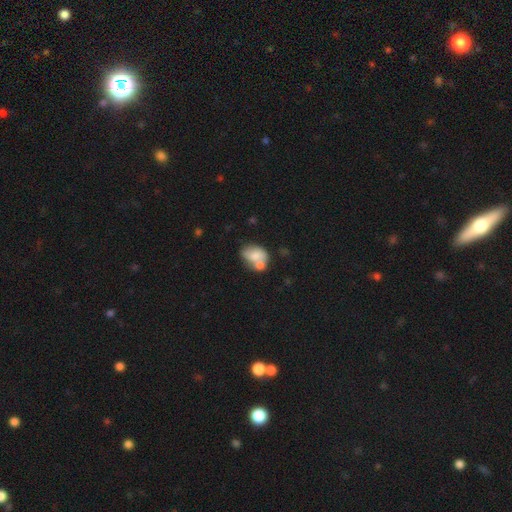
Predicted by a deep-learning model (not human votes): This appears to be a smooth galaxy with no disk features (63%) that is in between round and cigar-shaped (70%). Merging: merger (49%).